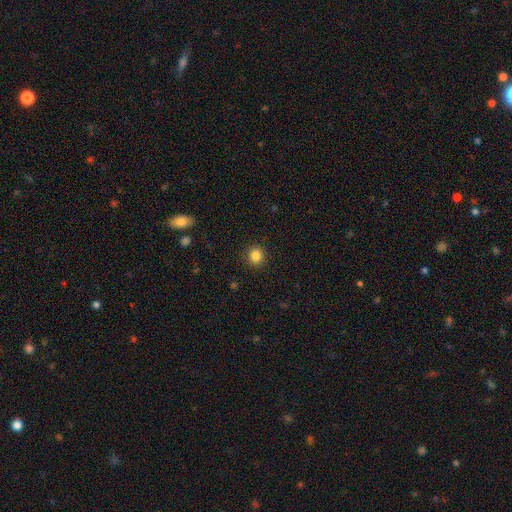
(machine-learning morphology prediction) Overall: smooth (84%). How rounded: round (86%). Merging: none (91%).